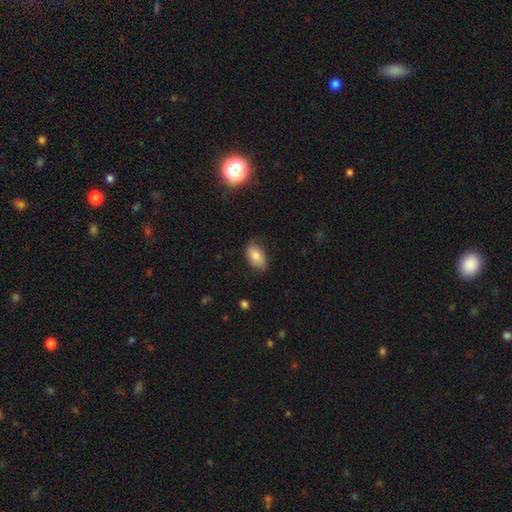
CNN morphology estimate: A smooth galaxy with no disk features (78%) that is in between round and cigar-shaped (92%). Merging: none (72%).